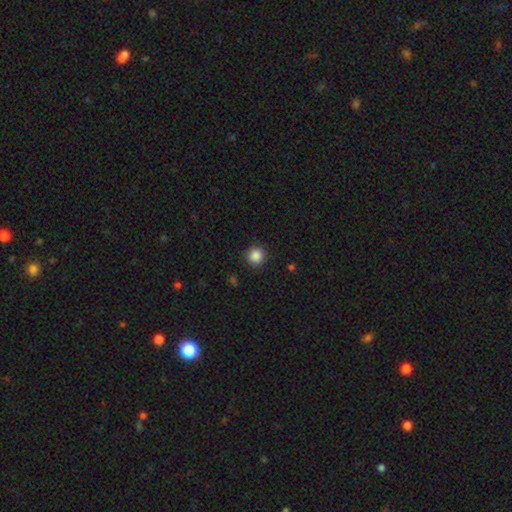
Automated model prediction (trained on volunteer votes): A smooth galaxy with no disk features (87%) that is round (95%).

Vote fractions:
- Smooth or featured? smooth: 87% / star or artifact: 10% / featured or disk: 3%
- How rounded? round: 95% / in between: 4% / cigar-shaped: 1%
- Merging? none: 91% / minor disturbance: 6% / major disturbance: 2% / merger: 1%